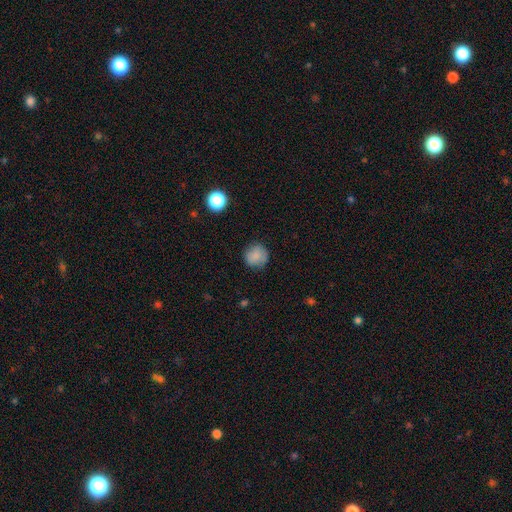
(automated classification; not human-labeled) Smooth or featured? smooth (83%)
How rounded? round (90%)
Merging? none (79%)